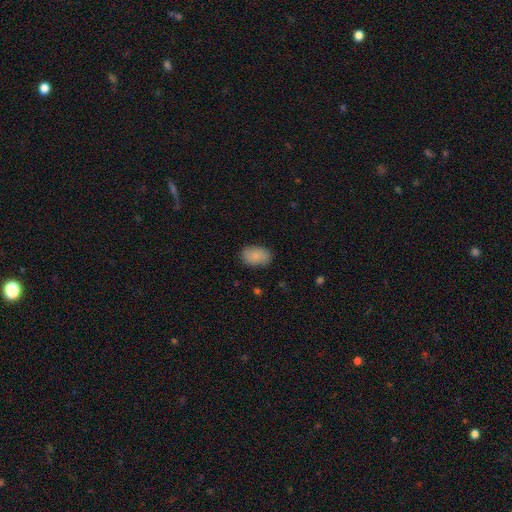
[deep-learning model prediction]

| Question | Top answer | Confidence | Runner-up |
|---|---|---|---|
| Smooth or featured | smooth | 86% | star or artifact (7%) |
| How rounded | in between | 89% | round (10%) |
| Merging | none | 83% | minor disturbance (13%) |